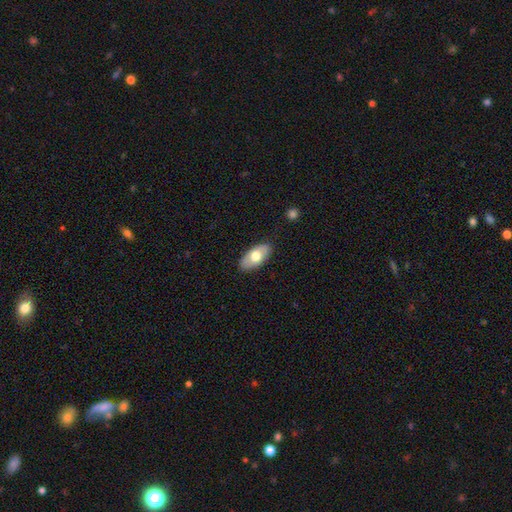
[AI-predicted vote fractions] smooth_or_featured: smooth (p=0.66) [alt: featured or disk p=0.28]
how_rounded: in between (p=0.93) [alt: cigar-shaped p=0.04]
merging: none (p=0.86) [alt: minor disturbance p=0.11]